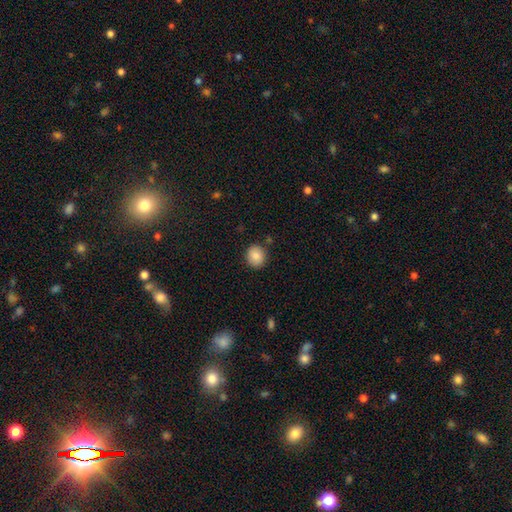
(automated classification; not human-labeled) A smooth galaxy with no disk features (87%) that is round (79%). Merging: none (86%).